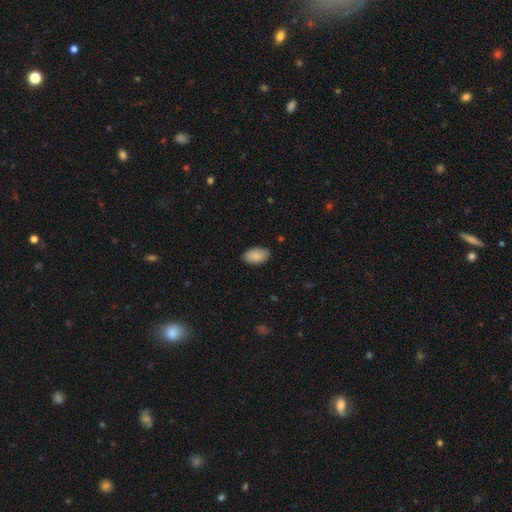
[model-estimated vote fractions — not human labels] Overall: smooth (88%). How rounded: in between (94%). Merging: none (83%).